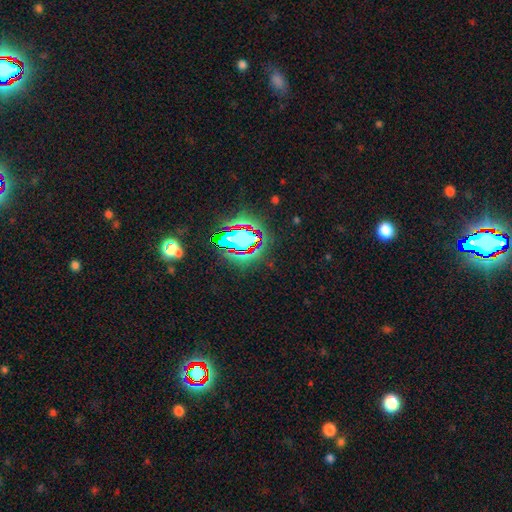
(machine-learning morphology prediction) Q: Smooth or featured?
A: star or artifact (78%); runner-up: smooth (12%)